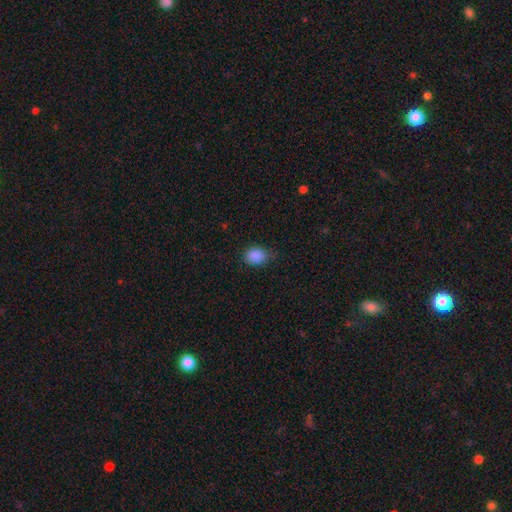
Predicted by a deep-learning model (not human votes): A smooth galaxy with no disk features (88%) that is in between round and cigar-shaped (62%).

Vote fractions:
- Smooth or featured? smooth: 88% / star or artifact: 9% / featured or disk: 3%
- How rounded? in between: 62% / round: 37% / cigar-shaped: 1%
- Merging? none: 71% / minor disturbance: 24% / major disturbance: 4% / merger: 1%